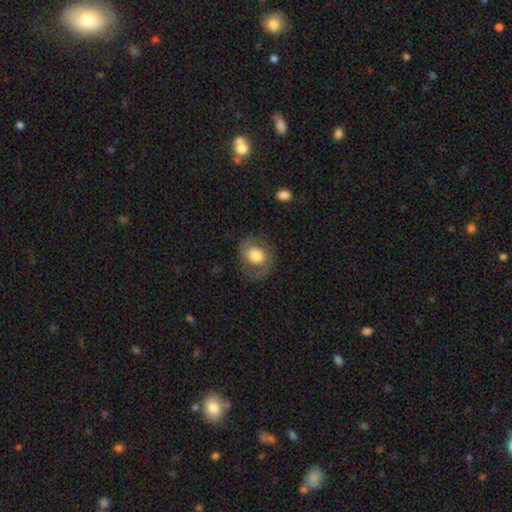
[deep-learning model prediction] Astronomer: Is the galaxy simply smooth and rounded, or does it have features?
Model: smooth — 47% (runner-up: featured or disk, 46%).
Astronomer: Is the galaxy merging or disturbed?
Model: none — 69%.